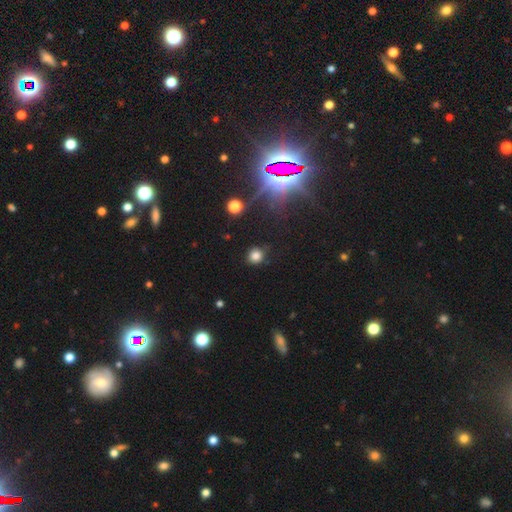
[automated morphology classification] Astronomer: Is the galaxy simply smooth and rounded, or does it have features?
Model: smooth — 78%.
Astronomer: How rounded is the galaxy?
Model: round — 88%.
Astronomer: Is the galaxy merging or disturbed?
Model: none — 84%.